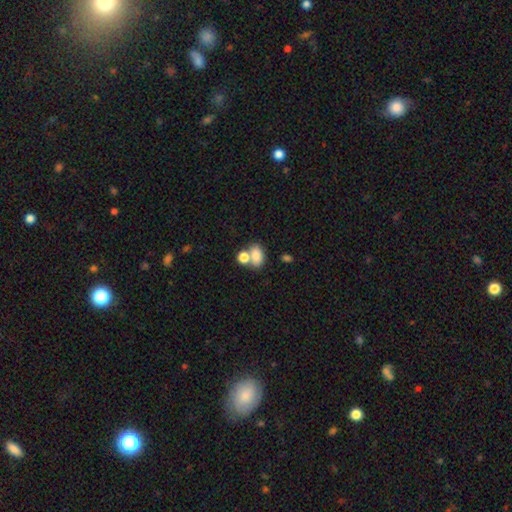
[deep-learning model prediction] A smooth galaxy with no disk features (80%) that is in between round and cigar-shaped (79%).

Vote fractions:
- Smooth or featured? smooth: 80% / featured or disk: 10% / star or artifact: 10%
- How rounded? in between: 79% / round: 19% / cigar-shaped: 2%
- Merging? merger: 43% / none: 42% / minor disturbance: 10% / major disturbance: 4%